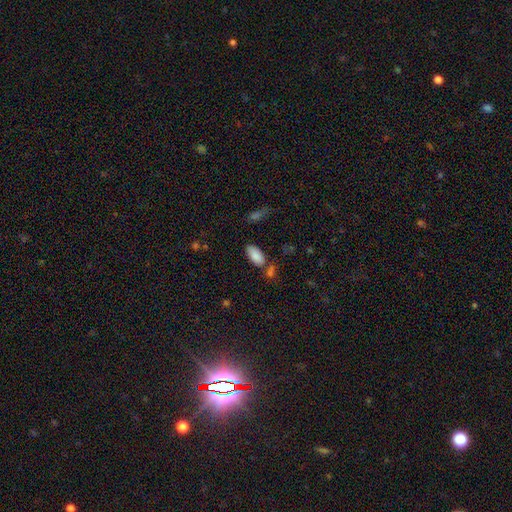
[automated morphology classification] Smooth or featured? Predicted: smooth (p=0.86). How rounded? Predicted: in between (p=0.92). Merging? Predicted: none (p=0.68).